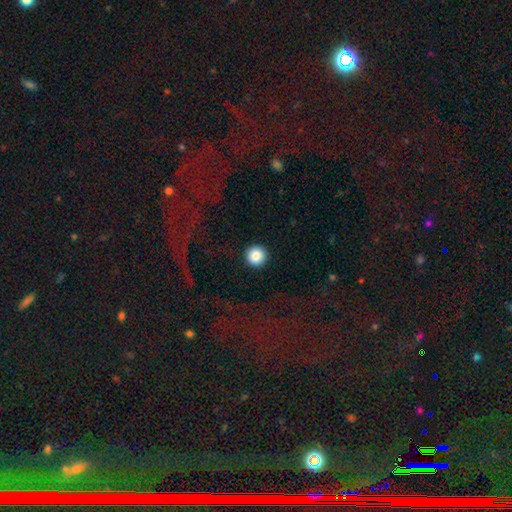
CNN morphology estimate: Smooth or featured? Predicted: smooth (p=0.85). How rounded? Predicted: round (p=0.97). Merging? Predicted: none (p=0.92).